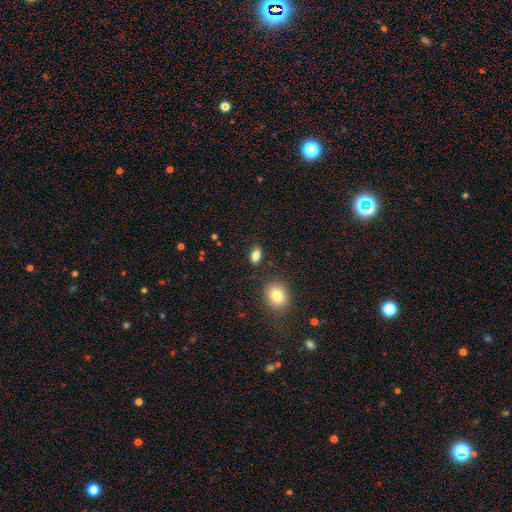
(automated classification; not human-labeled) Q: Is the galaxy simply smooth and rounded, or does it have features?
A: smooth — 83%.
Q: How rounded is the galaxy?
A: in between — 87%.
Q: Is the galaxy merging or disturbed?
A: none — 85%.